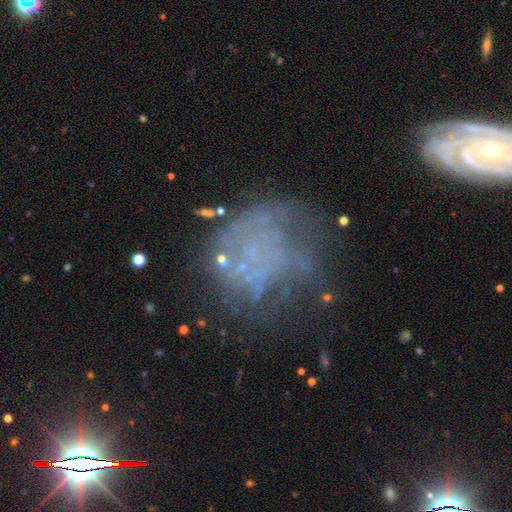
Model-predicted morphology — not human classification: featured or disk 54%, smooth 23%, star or artifact 22%. Down the decision tree: edge-on disk — no (98%); bar — no (90%); spiral arms — no (70%); bulge size — none (80%); merging — none (42%).